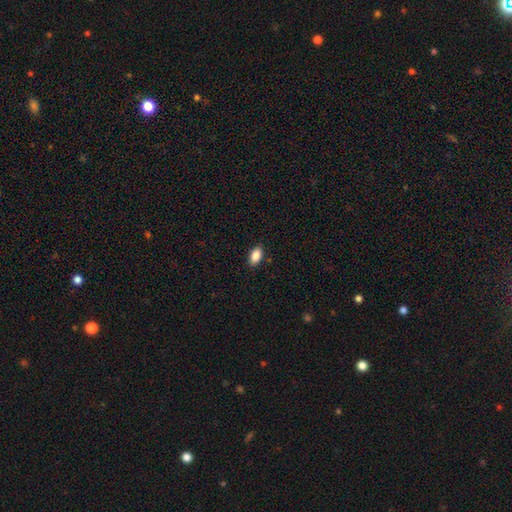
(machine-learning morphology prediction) A smooth galaxy with no disk features (87%) that is in between round and cigar-shaped (91%). Merging: none (87%).